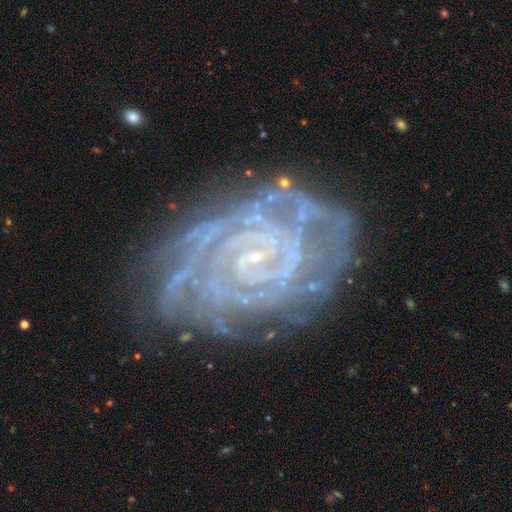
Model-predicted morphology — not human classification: Smooth or featured? featured or disk (89%)
Edge-on disk? no (97%)
Bar? no (58%)
Spiral arms? yes (98%)
Spiral winding? tight (83%)
Spiral arm count? can't tell (23%)
Bulge size? small (84%)
Merging? none (74%)